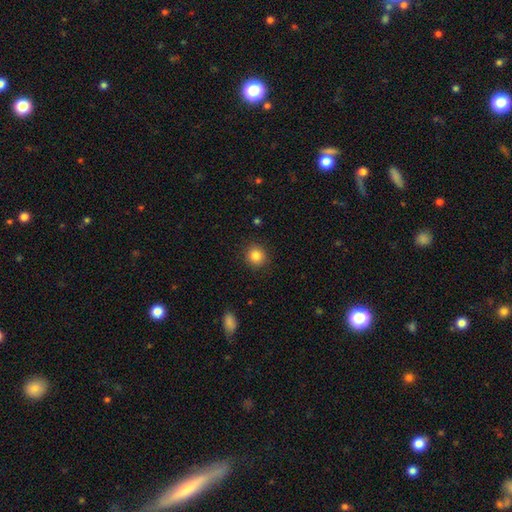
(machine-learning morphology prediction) A smooth galaxy with no disk features (85%) that is round (88%).

Vote fractions:
- Smooth or featured? smooth: 85% / star or artifact: 10% / featured or disk: 5%
- How rounded? round: 88% / in between: 11% / cigar-shaped: 1%
- Merging? none: 89% / minor disturbance: 7% / major disturbance: 2% / merger: 1%